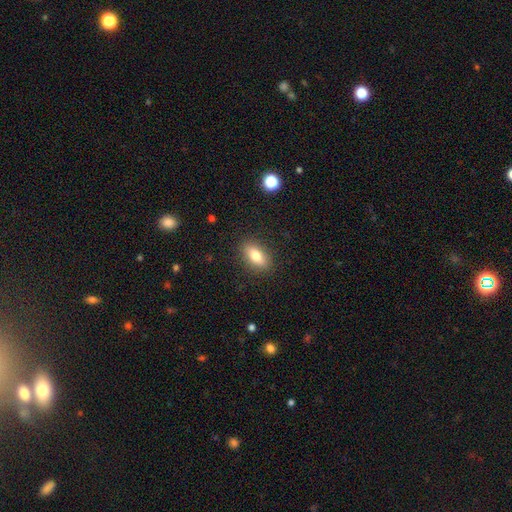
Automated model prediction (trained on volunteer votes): The model was most divided on "smooth or featured": smooth: 76%, featured or disk: 16%, star or artifact: 8%. More confident: merging — none (88%); how rounded — in between (83%).